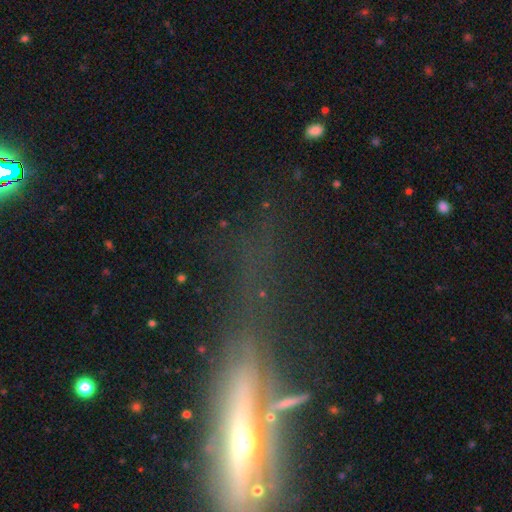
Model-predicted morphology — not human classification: A featured or disk galaxy (39%).

Vote fractions:
- Smooth or featured? featured or disk: 39% / star or artifact: 35% / smooth: 27%
- Merging? none: 42% / major disturbance: 27% / minor disturbance: 17% / merger: 14%